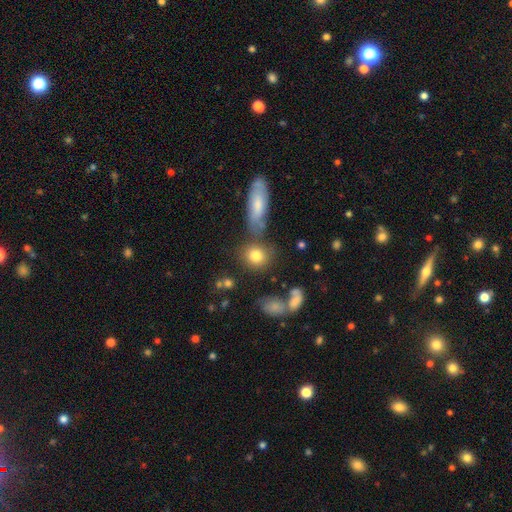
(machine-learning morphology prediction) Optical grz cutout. It shows a smooth galaxy with no disk features (80%) that is round (65%). Merging: none (65%).